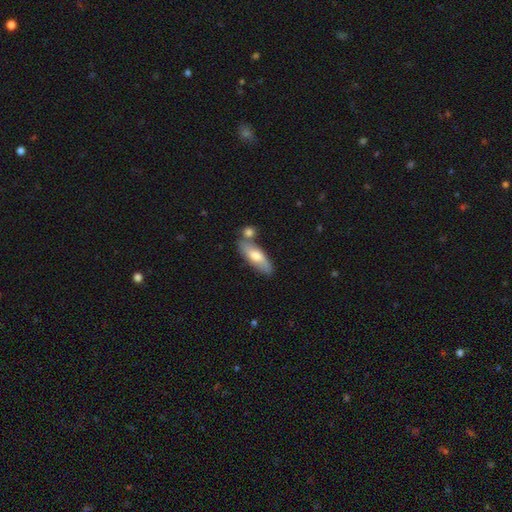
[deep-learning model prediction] Smooth or featured? Predicted: smooth (p=0.62). How rounded? Predicted: in between (p=0.58). Merging? Predicted: none (p=0.64).